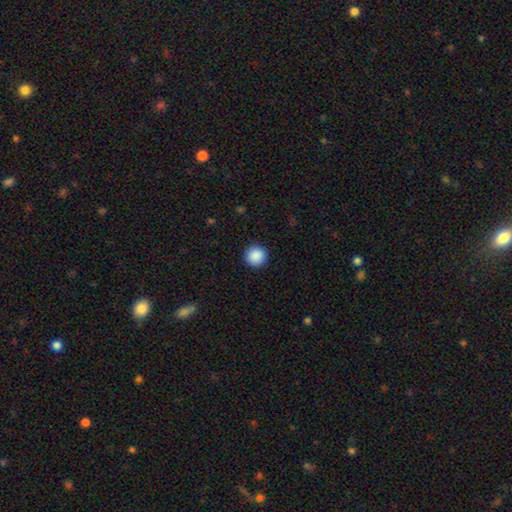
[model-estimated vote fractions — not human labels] Morphology: type=smooth (89%); roundness=round (95%); merging=none (92%).